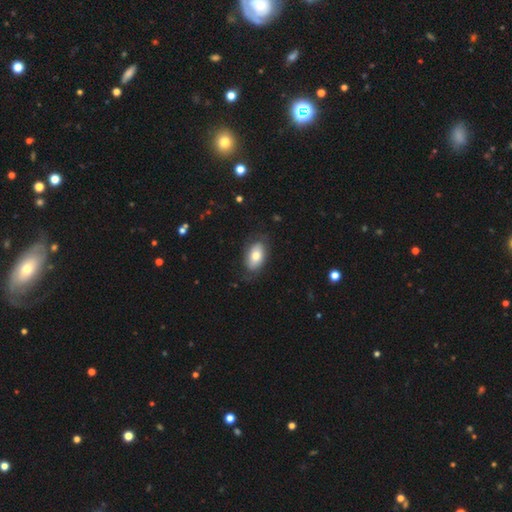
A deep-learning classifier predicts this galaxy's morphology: smooth_or_featured: smooth (p=0.72) [alt: featured or disk p=0.21]
how_rounded: in between (p=0.92) [alt: round p=0.05]
merging: none (p=0.74) [alt: minor disturbance p=0.19]